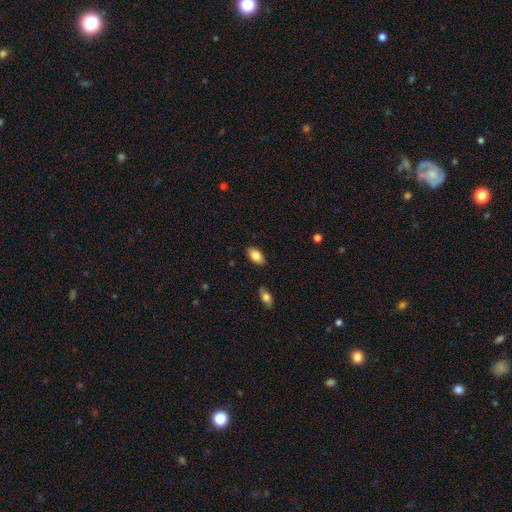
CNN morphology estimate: This is clearly a smooth galaxy (84%). How rounded: clearly in between (92%). Merging: clearly none (86%).